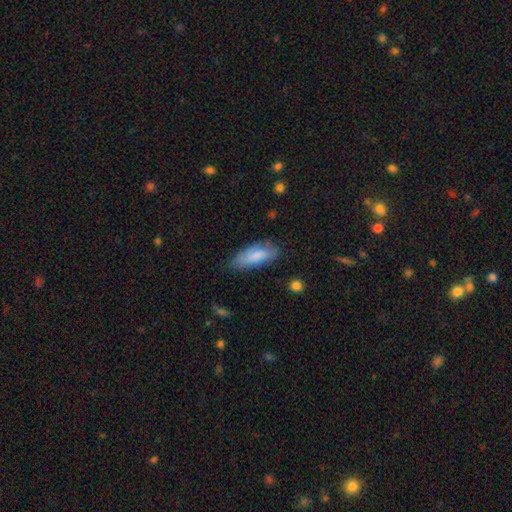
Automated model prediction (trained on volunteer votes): Morphology: type=smooth (80%); roundness=in between (76%); merging=none (69%).